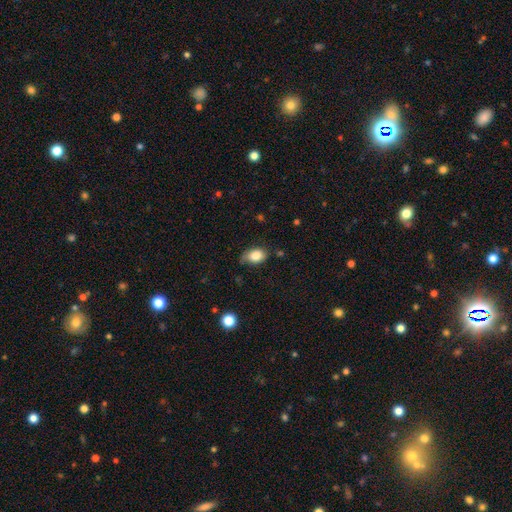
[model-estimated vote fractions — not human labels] Morphology: type=smooth (83%); roundness=in between (84%); merging=none (63%).